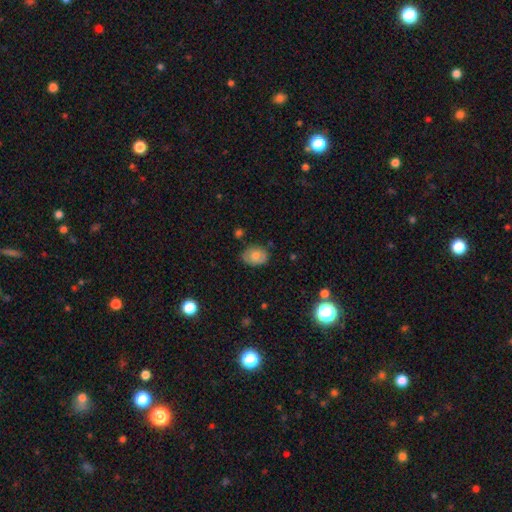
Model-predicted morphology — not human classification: type=smooth (75%); roundness=in between (69%); merging=none (76%).